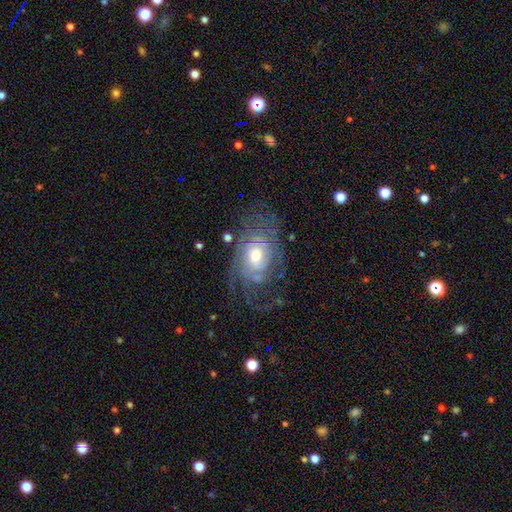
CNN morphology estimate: Smooth or featured? Predicted: featured or disk (p=0.75). Edge-on disk? Predicted: no (p=0.95). Bar? Predicted: no (p=0.69). Spiral arms? Predicted: yes (p=0.82). Spiral winding? Predicted: tight (p=0.55). Spiral arm count? Predicted: can't tell (p=0.57). Bulge size? Predicted: moderate (p=0.59). Merging? Predicted: none (p=0.58).